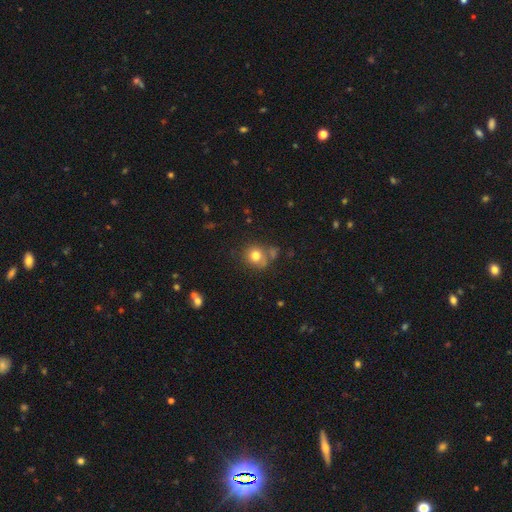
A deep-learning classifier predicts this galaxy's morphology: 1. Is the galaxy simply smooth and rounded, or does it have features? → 78% smooth, 11% featured or disk, 11% star or artifact.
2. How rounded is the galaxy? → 78% round, 21% in between, 1% cigar-shaped.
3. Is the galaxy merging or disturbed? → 60% none, 18% minor disturbance, 14% merger, 7% major disturbance.